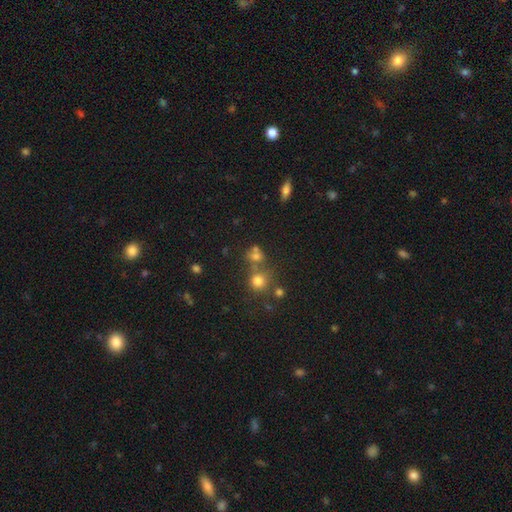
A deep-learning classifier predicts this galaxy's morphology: Smooth or featured? smooth (65%)
How rounded? round (69%)
Merging? none (47%)